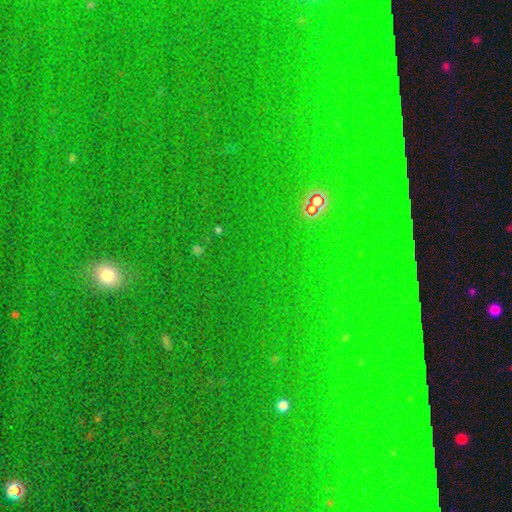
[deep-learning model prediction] smooth_or_featured: star or artifact (p=0.68) [alt: smooth p=0.23]